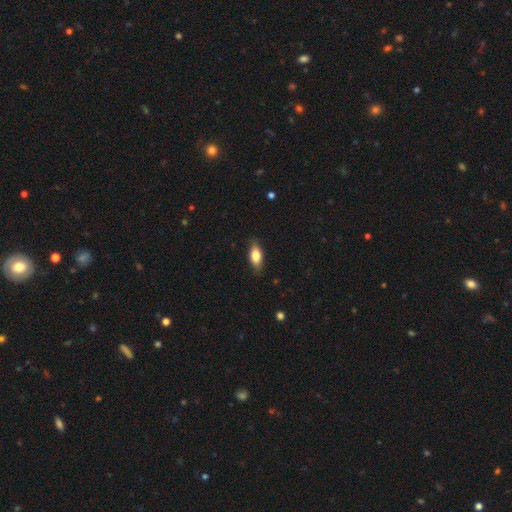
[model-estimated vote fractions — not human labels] The model was most divided on "smooth or featured": smooth: 78%, featured or disk: 15%, star or artifact: 7%. More confident: merging — none (83%); how rounded — in between (83%).